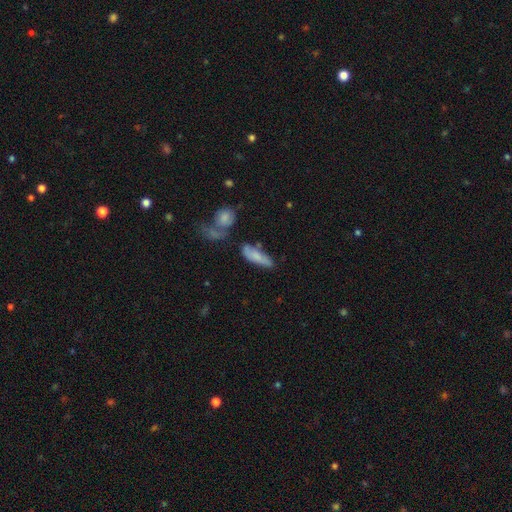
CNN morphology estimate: smooth 73%, featured or disk 19%, star or artifact 7%. Down the decision tree: how rounded — in between (49%); merging — none (52%).